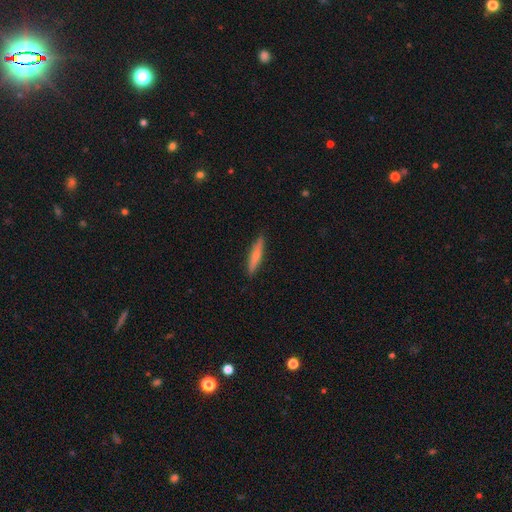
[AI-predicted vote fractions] smooth_or_featured: smooth (p=0.71) [alt: featured or disk p=0.24]
how_rounded: cigar-shaped (p=0.90) [alt: in between p=0.09]
merging: none (p=0.90) [alt: minor disturbance p=0.08]